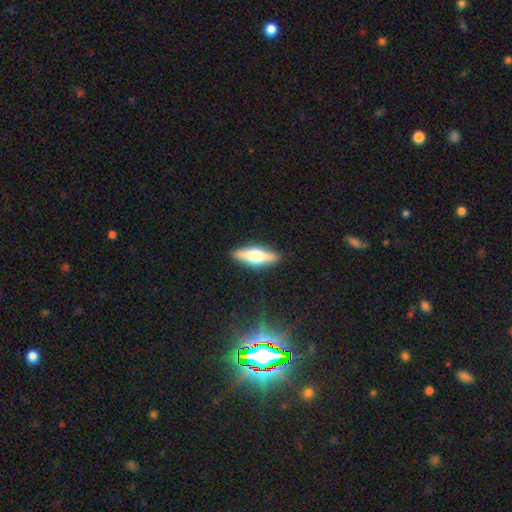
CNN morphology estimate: A featured or disk galaxy (50%) viewed edge-on (91%). Merging: none (90%).